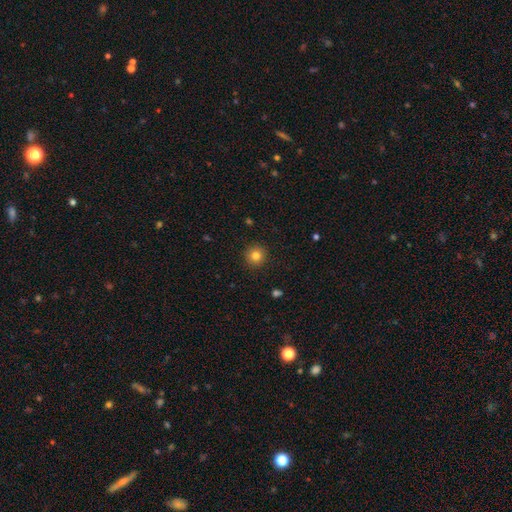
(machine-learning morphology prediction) The model was most divided on "smooth or featured": smooth: 82%, star or artifact: 12%, featured or disk: 6%. More confident: how rounded — round (94%); merging — none (92%).